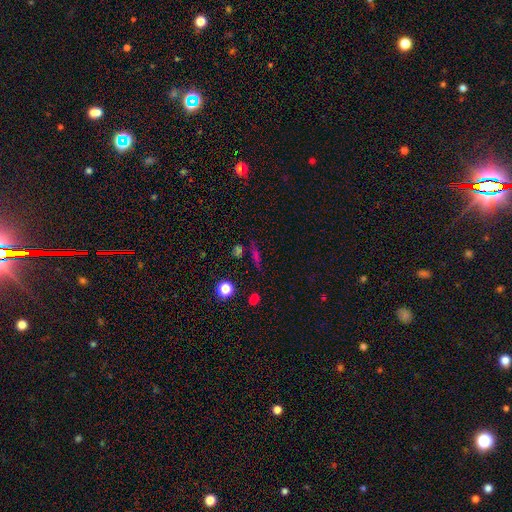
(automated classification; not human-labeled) Smooth or featured: smooth — 45% (star or artifact — 36%)
Merging: none — 77% (minor disturbance — 12%)